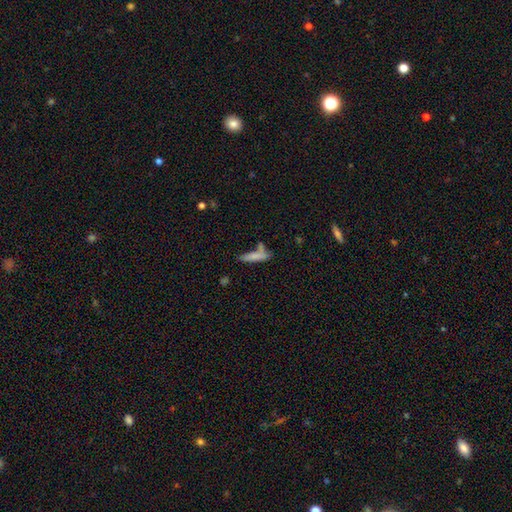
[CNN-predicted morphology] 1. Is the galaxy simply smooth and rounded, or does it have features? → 74% smooth, 17% featured or disk, 9% star or artifact.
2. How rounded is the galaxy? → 74% cigar-shaped, 24% in between, 2% round.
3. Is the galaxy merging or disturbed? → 51% none, 24% merger, 18% minor disturbance, 7% major disturbance.